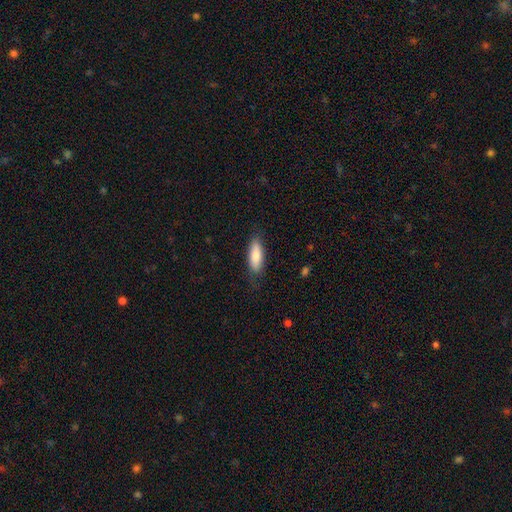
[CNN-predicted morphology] smooth 82%, featured or disk 12%, star or artifact 6%. Down the decision tree: how rounded — in between (64%); merging — none (78%).